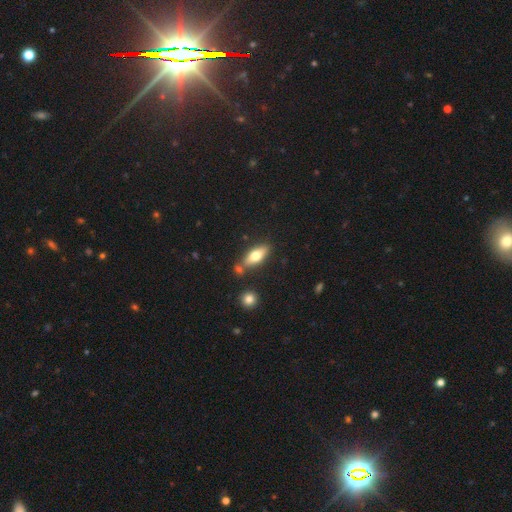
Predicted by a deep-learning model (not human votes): Smooth or featured? smooth (67%)
How rounded? in between (71%)
Merging? none (73%)